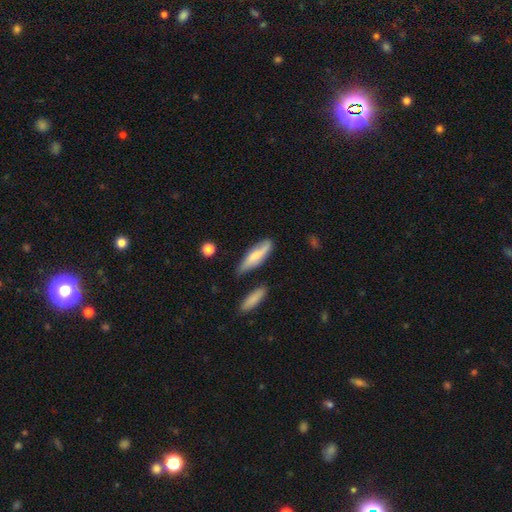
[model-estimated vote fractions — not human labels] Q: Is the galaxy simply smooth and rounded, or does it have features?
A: smooth — 64%.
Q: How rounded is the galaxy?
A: cigar-shaped — 55%.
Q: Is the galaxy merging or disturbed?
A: none — 63%.